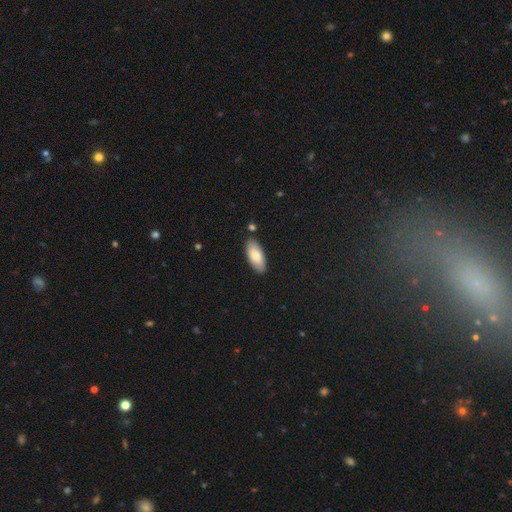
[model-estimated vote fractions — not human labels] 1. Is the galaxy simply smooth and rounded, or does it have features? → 80% smooth, 15% featured or disk, 6% star or artifact.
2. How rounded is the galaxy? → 85% in between, 13% cigar-shaped, 2% round.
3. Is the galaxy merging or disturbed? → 85% none, 10% minor disturbance, 3% merger, 2% major disturbance.